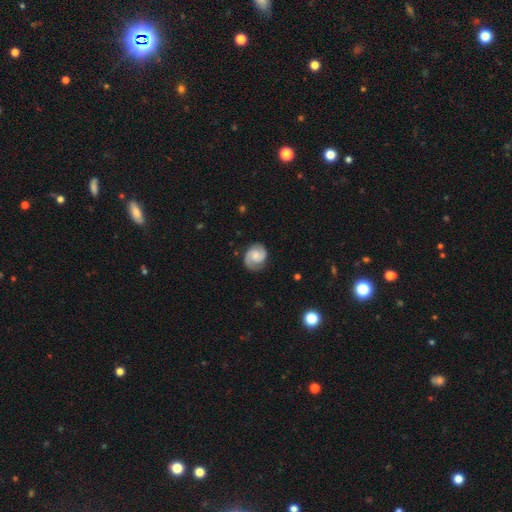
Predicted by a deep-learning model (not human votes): Smooth or featured?
  - featured or disk: 80% *
  - smooth: 15%
  - star or artifact: 6%
Edge-on disk?
  - no: 98% *
  - yes: 2%
Bar?
  - no: 58% *
  - weak: 36%
  - strong: 6%
Spiral arms?
  - yes: 97% *
  - no: 3%
Spiral winding?
  - medium: 46% *
  - tight: 41%
  - loose: 13%
Spiral arm count?
  - 2: 89% *
  - 1: 4%
  - can't tell: 4%
  - 3: 1%
  - 4: 1%
  - more than 4: 1%
Bulge size?
  - moderate: 37% *
  - small: 36%
  - none: 18%
  - large: 7%
  - dominant: 2%
Merging?
  - none: 82% *
  - minor disturbance: 13%
  - major disturbance: 4%
  - merger: 1%